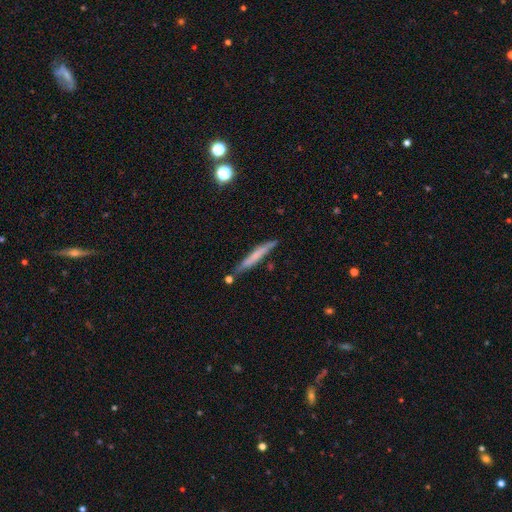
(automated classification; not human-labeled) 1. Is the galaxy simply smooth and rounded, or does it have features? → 55% smooth, 39% featured or disk, 7% star or artifact.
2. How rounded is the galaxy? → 95% cigar-shaped, 4% in between, 1% round.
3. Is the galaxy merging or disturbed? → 76% none, 16% minor disturbance, 5% merger, 3% major disturbance.